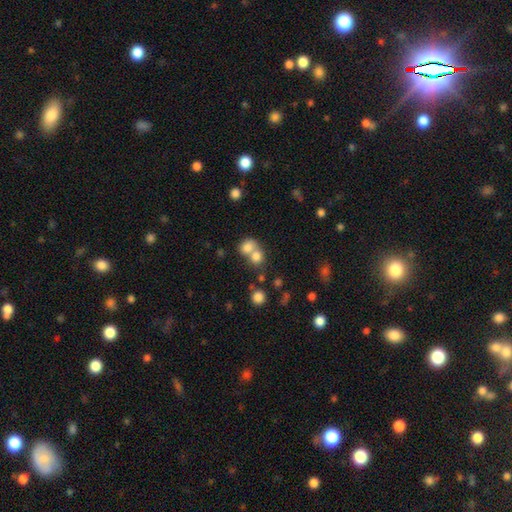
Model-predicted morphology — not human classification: A smooth galaxy with no disk features (77%) that is round (67%). Merging: merger (60%).